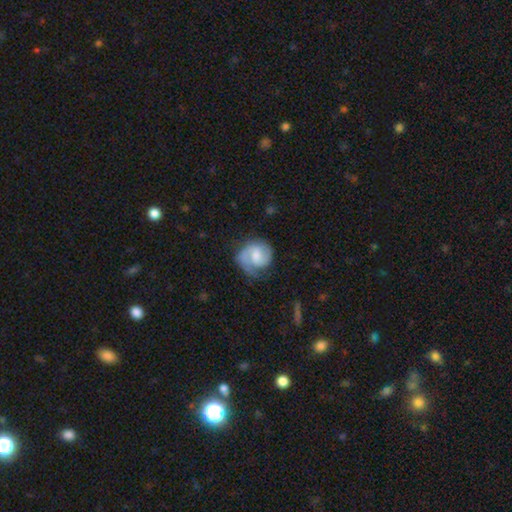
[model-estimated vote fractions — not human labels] The model was most divided on "bulge size": moderate: 43%, small: 35%, none: 13%, large: 8%, dominant: 1%. Remaining: edge-on disk — no (98%); spiral arms — yes (95%); smooth or featured — featured or disk (73%); spiral arm count — 2 (71%); merging — none (62%); bar — weak (53%); spiral winding — medium (47%).